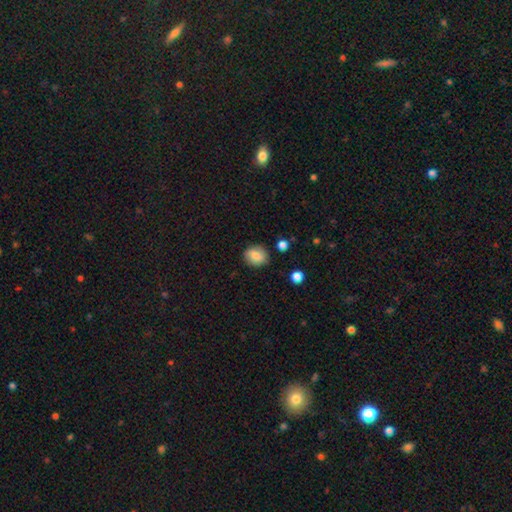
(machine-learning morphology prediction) A smooth galaxy with no disk features (81%) that is round (61%). Merging: none (83%).